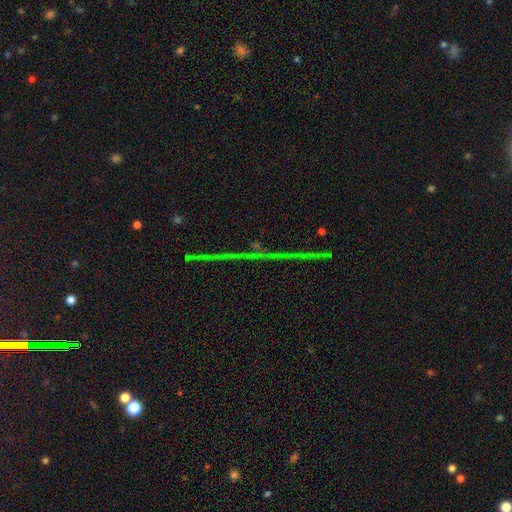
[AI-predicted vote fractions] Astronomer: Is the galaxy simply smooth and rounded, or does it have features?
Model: star or artifact — 79%.